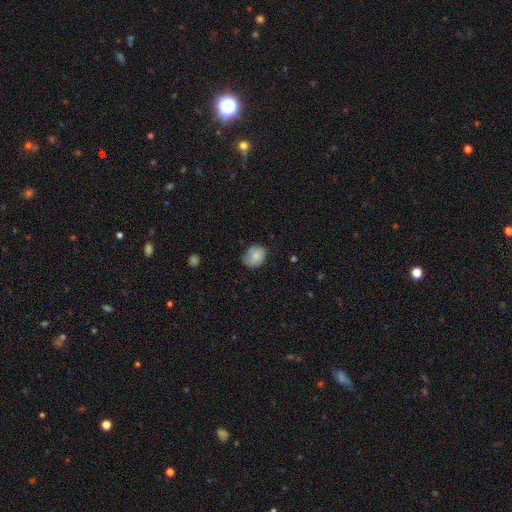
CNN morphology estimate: Overall: smooth (78%). How rounded: round (52%; in between 47%). Merging: none (60%; minor disturbance 30%).